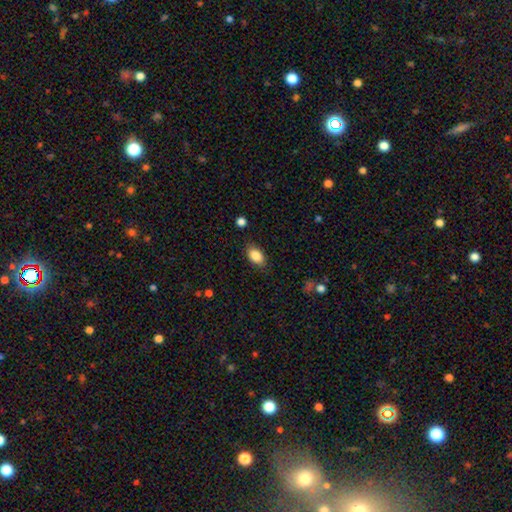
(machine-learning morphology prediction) A smooth galaxy with no disk features (87%) that is in between round and cigar-shaped (90%). Merging: none (84%).